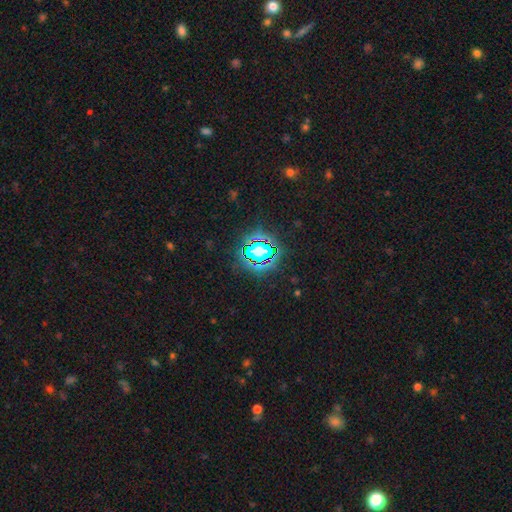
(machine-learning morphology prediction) smooth_or_featured: star or artifact (p=0.67) [alt: smooth p=0.22]